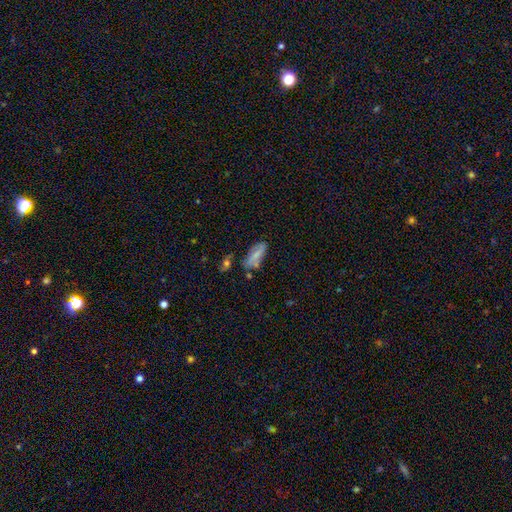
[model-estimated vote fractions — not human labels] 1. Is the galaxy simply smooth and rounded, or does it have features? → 59% smooth, 32% featured or disk, 9% star or artifact.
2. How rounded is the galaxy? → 77% in between, 21% cigar-shaped, 3% round.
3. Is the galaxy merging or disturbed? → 54% none, 25% minor disturbance, 11% merger, 10% major disturbance.